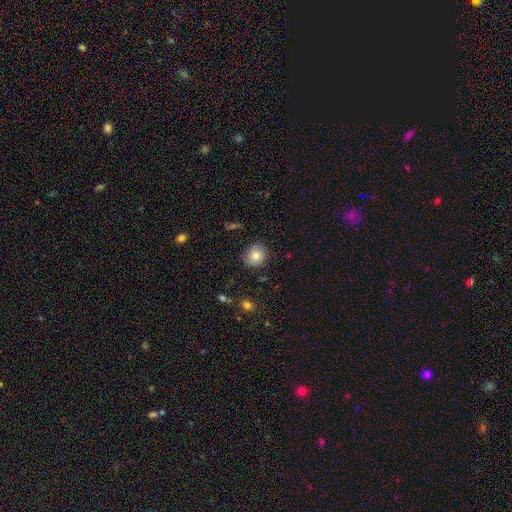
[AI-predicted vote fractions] Smooth or featured: smooth — 80% (featured or disk — 10%)
How rounded: round — 81% (in between — 19%)
Merging: none — 82% (minor disturbance — 14%)